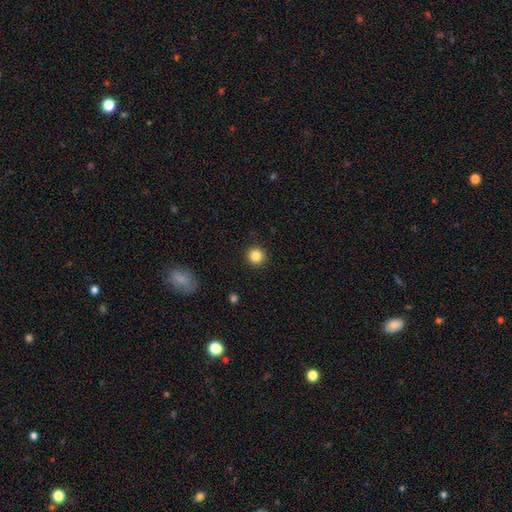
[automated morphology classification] smooth 85%, star or artifact 11%, featured or disk 5%. Down the decision tree: how rounded — round (94%); merging — none (92%).